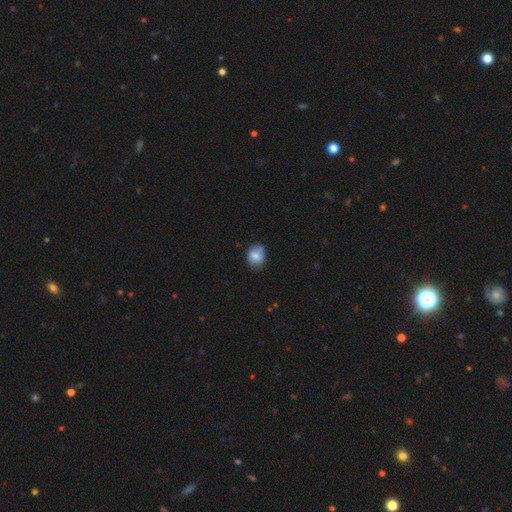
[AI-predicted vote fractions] Smooth or featured? smooth (77%)
How rounded? round (58%)
Merging? none (56%)